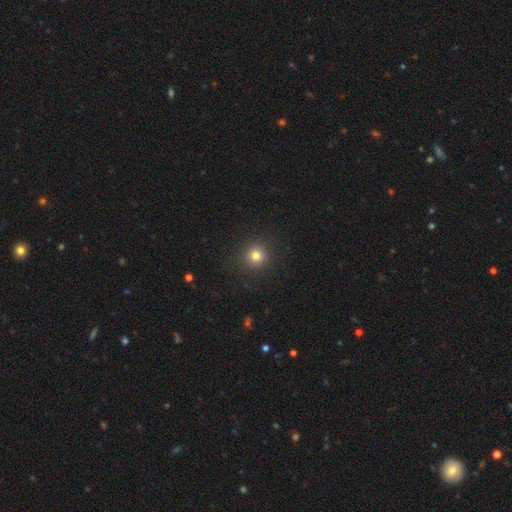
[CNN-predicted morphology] Smooth or featured?
  - smooth: 79% *
  - star or artifact: 14%
  - featured or disk: 6%
How rounded?
  - round: 94% *
  - in between: 6%
  - cigar-shaped: 1%
Merging?
  - none: 91% *
  - minor disturbance: 6%
  - major disturbance: 2%
  - merger: 1%